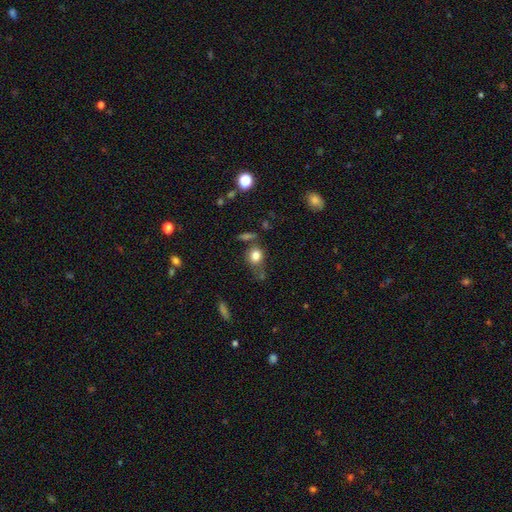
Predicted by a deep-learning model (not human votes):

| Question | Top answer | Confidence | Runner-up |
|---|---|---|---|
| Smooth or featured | smooth | 80% | star or artifact (11%) |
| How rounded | round | 64% | in between (34%) |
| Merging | none | 58% | minor disturbance (20%) |